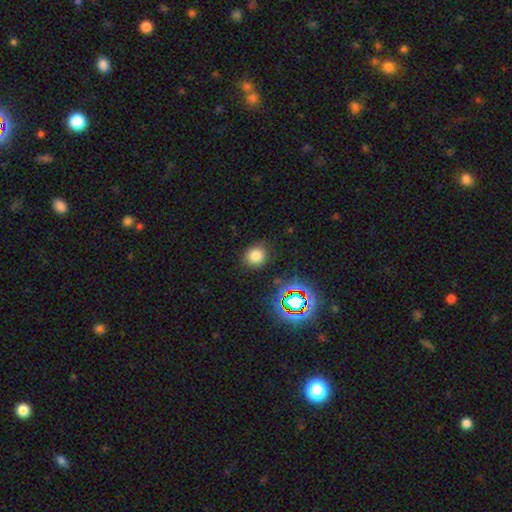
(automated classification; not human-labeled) smooth 76%, star or artifact 17%, featured or disk 6%. Down the decision tree: how rounded — round (75%); merging — none (87%).